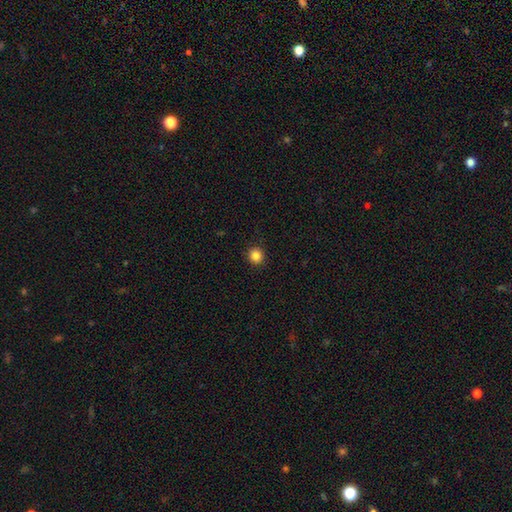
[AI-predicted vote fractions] Overall: smooth (85%). How rounded: round (92%). Merging: none (92%).